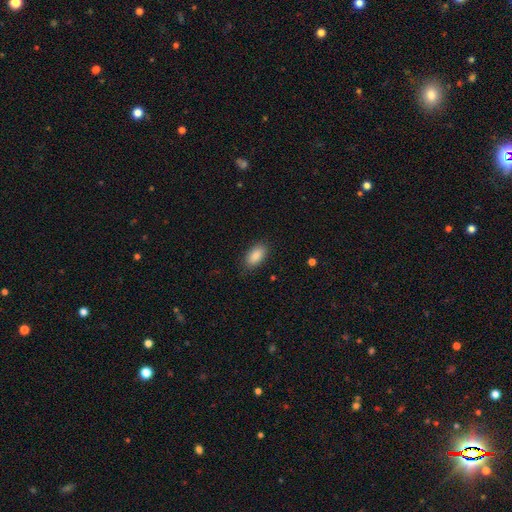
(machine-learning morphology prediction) Overall: smooth (89%). How rounded: in between (93%). Merging: none (84%).